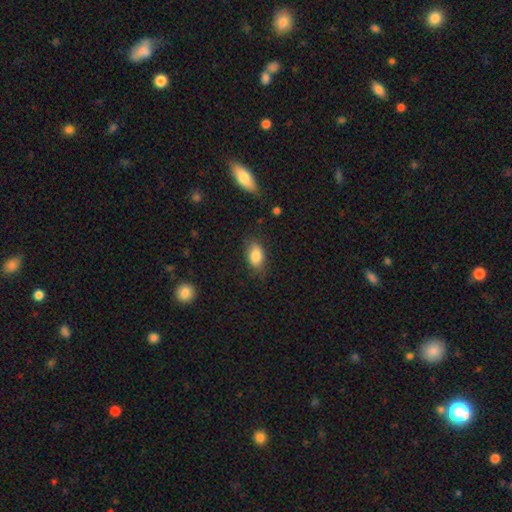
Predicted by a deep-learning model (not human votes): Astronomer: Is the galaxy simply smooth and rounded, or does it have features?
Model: smooth — 84%.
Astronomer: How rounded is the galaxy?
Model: in between — 88%.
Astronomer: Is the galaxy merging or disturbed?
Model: none — 78%.